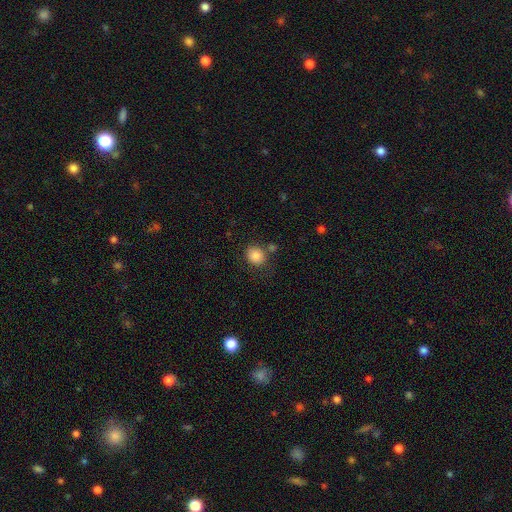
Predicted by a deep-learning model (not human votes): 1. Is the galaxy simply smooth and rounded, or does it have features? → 86% smooth, 9% star or artifact, 5% featured or disk.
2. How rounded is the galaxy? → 71% round, 29% in between, 1% cigar-shaped.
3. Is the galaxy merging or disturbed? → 73% none, 13% minor disturbance, 9% merger, 5% major disturbance.